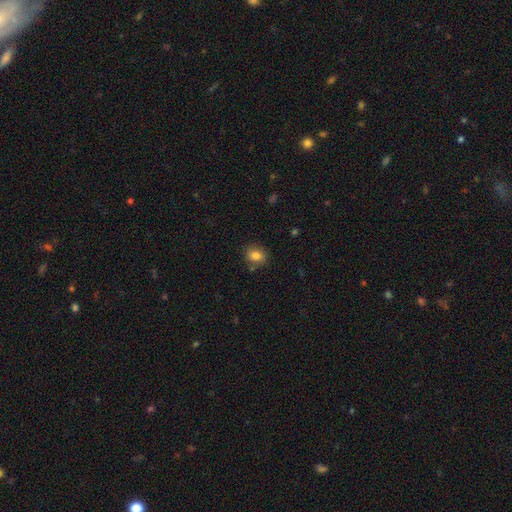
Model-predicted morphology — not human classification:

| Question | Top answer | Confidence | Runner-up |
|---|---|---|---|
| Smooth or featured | smooth | 83% | star or artifact (10%) |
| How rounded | round | 50% | in between (48%) |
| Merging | none | 80% | minor disturbance (13%) |